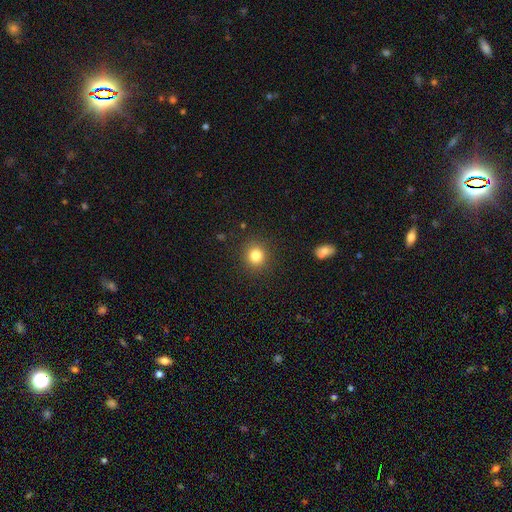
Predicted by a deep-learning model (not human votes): Q: Smooth or featured?
A: smooth (82%); runner-up: star or artifact (12%)
Q: How rounded?
A: round (90%); runner-up: in between (9%)
Q: Merging?
A: none (90%); runner-up: minor disturbance (7%)